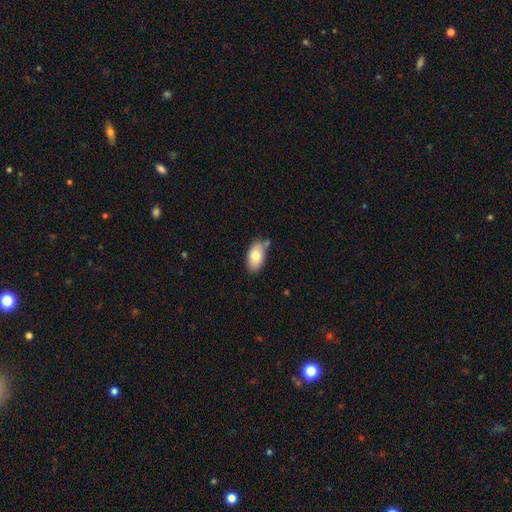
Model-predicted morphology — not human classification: smooth_or_featured: smooth (p=0.80) [alt: featured or disk p=0.14]
how_rounded: in between (p=0.93) [alt: round p=0.05]
merging: none (p=0.69) [alt: minor disturbance p=0.20]